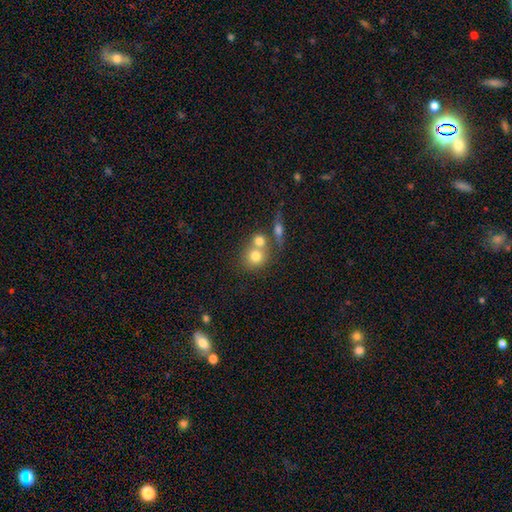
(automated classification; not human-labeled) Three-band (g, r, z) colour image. It shows a smooth galaxy with no disk features (74%) that is round (82%). Merging: merger (50%).